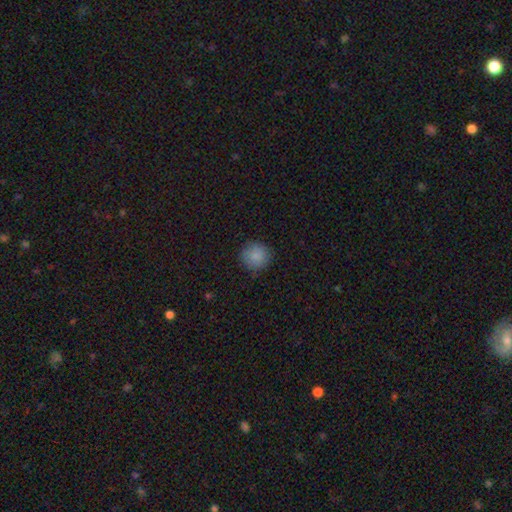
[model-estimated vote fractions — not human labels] The model was most divided on "merging": none: 86%, minor disturbance: 11%, major disturbance: 2%, merger: 1%. More confident: how rounded — round (91%); smooth or featured — smooth (87%).